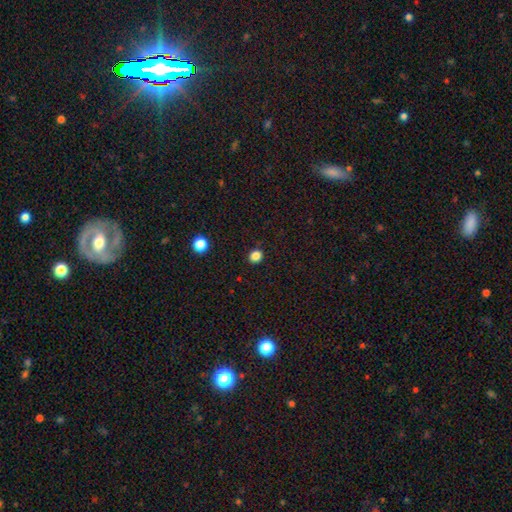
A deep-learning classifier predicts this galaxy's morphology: A smooth galaxy with no disk features (84%) that is round (84%). Merging: none (90%).